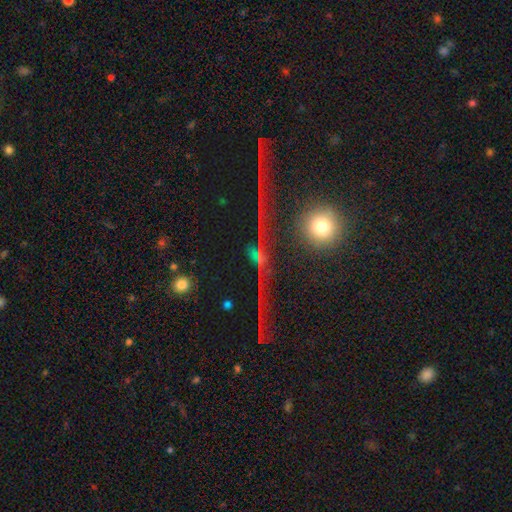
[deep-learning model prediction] Overall: star or artifact (55%; featured or disk 27%).